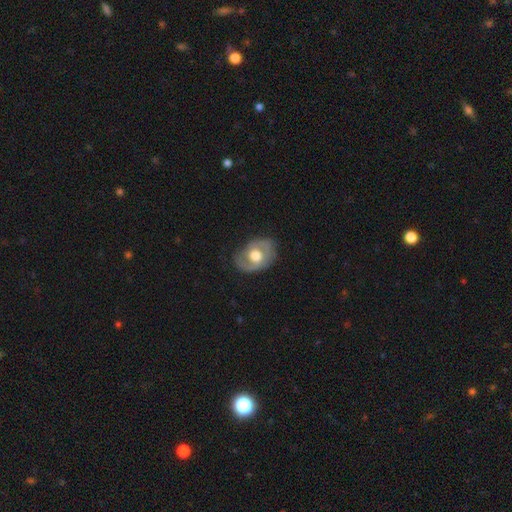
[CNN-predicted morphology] Smooth or featured? featured or disk (59%)
Edge-on disk? no (94%)
Bar? no (77%)
Spiral arms? no (54%)
Bulge size? moderate (53%)
Merging? none (73%)